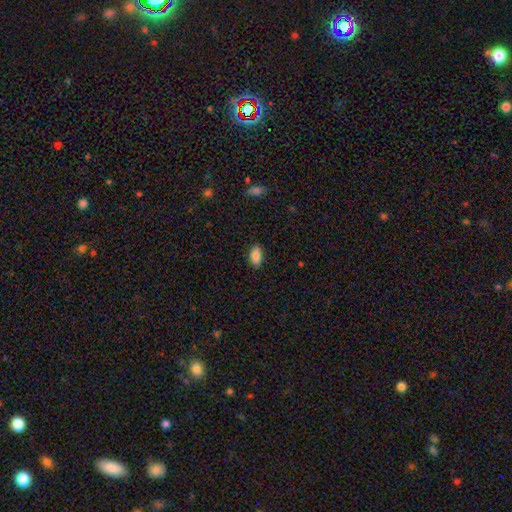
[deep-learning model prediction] A smooth galaxy with no disk features (86%) that is in between round and cigar-shaped (93%). Merging: none (87%).